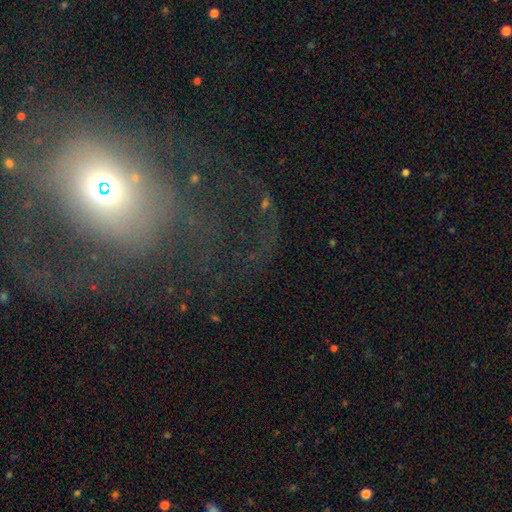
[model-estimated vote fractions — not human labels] featured or disk 47%, smooth 31%, star or artifact 22%. Down the decision tree: merging — major disturbance (40%).